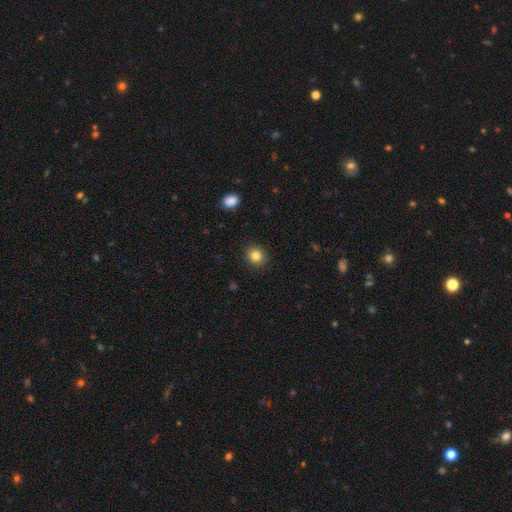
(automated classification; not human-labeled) Smooth or featured? Predicted: smooth (p=0.83). How rounded? Predicted: round (p=0.85). Merging? Predicted: none (p=0.90).